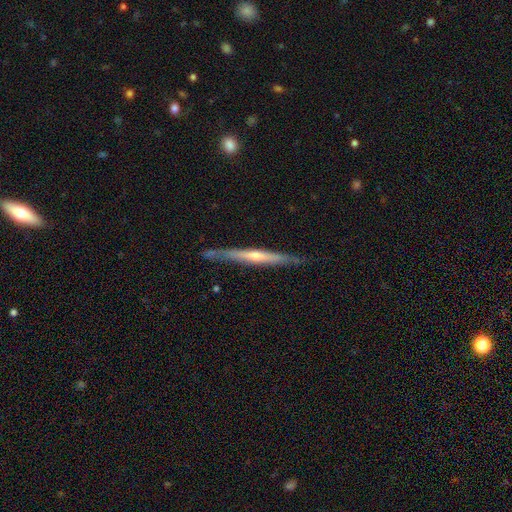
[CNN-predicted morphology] This appears to be a featured or disk galaxy (77%) viewed edge-on (98%) with a rounded central bulge (70%). Merging: none (87%).